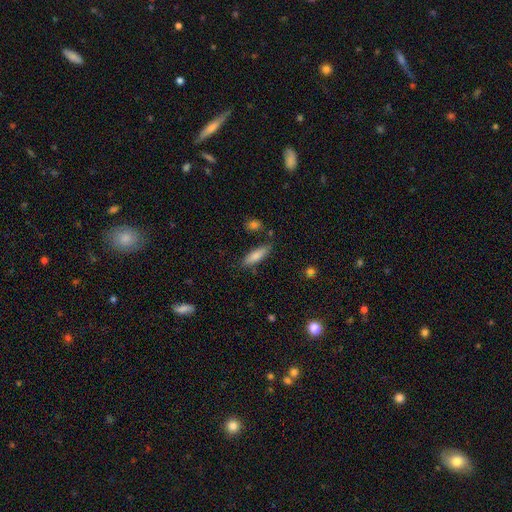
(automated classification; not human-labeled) This appears to be a smooth galaxy with no disk features (76%) that is cigar-shaped (58%). Merging: none (76%).